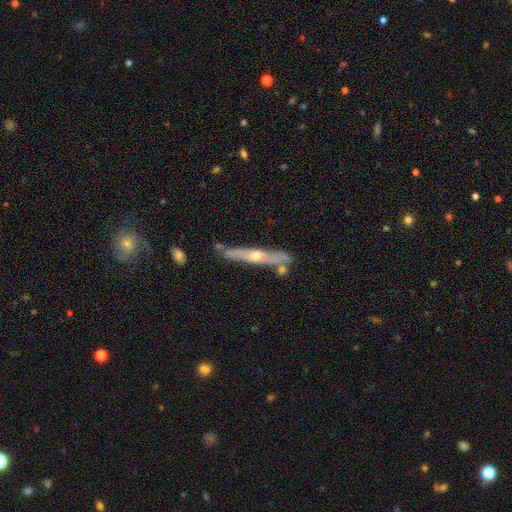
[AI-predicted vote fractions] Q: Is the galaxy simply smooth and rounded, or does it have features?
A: featured or disk — 71%.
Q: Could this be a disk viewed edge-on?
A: yes — 87%.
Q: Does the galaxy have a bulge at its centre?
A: rounded — 80%.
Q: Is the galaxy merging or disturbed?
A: none — 73%.